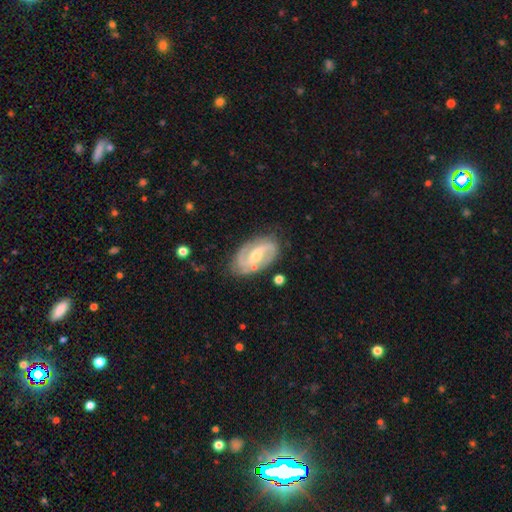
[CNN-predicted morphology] type=featured or disk (85%); edge-on=no (96%); bar=weak (48%); spiral arms=yes (95%); winding=medium (48%); arm count=2 (78%); bulge=moderate (57%); merging=none (75%).